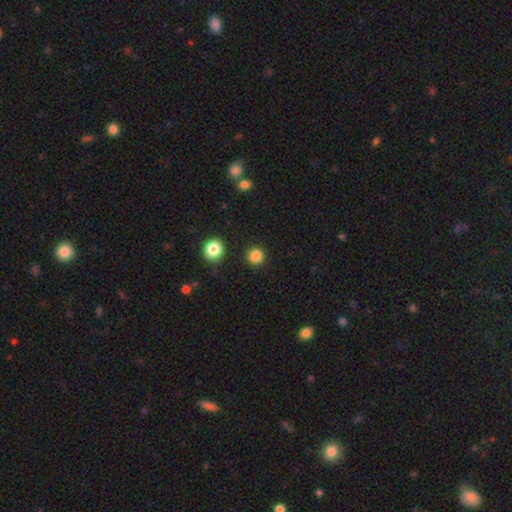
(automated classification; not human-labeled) Overall: smooth (85%). How rounded: round (91%). Merging: none (89%).